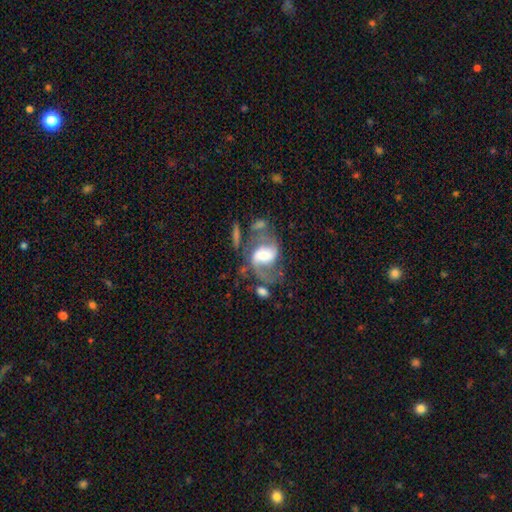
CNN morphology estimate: type=featured or disk (82%); edge-on=no (97%); bar=weak (43%); spiral arms=yes (94%); winding=medium (49%); arm count=2 (85%); bulge=moderate (50%); merging=none (45%).